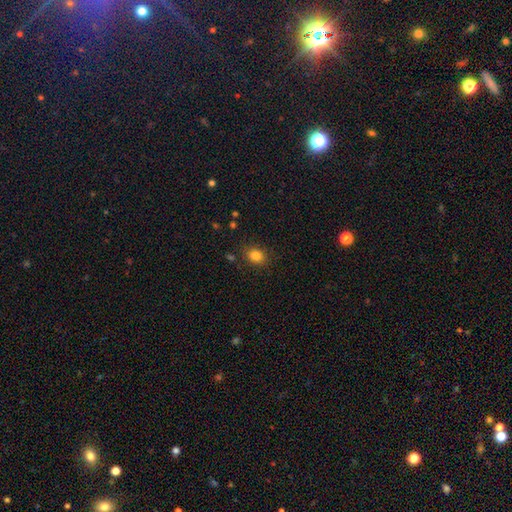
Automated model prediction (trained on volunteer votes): Smooth or featured?
  - smooth: 83% *
  - star or artifact: 11%
  - featured or disk: 6%
How rounded?
  - in between: 54% *
  - round: 45%
  - cigar-shaped: 1%
Merging?
  - none: 85% *
  - minor disturbance: 10%
  - major disturbance: 3%
  - merger: 2%